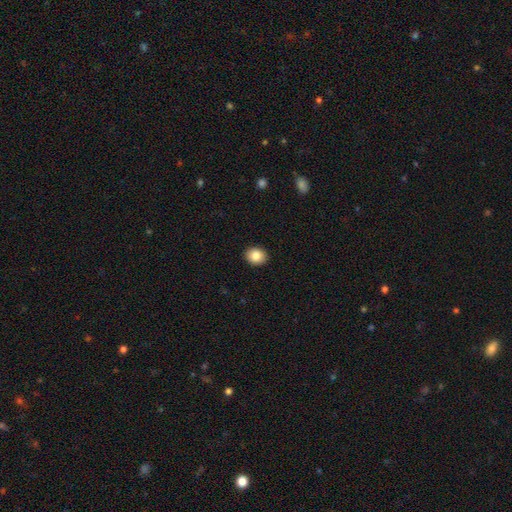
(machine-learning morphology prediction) smooth_or_featured: smooth (p=0.85) [alt: star or artifact p=0.09]
how_rounded: round (p=0.57) [alt: in between p=0.43]
merging: none (p=0.92) [alt: minor disturbance p=0.06]